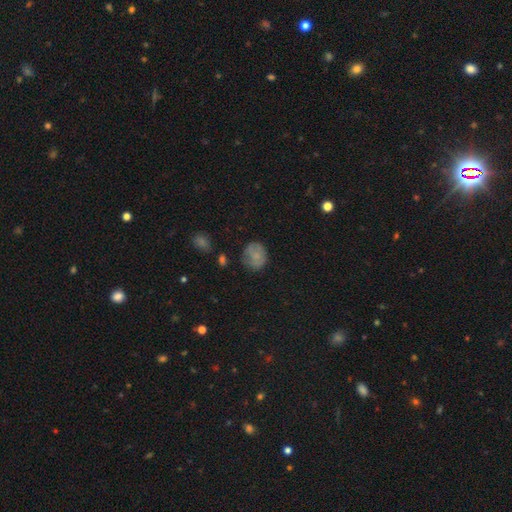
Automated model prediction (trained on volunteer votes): smooth-or-featured: smooth: 70% | featured or disk: 19% | star or artifact: 10%
  how-rounded: round: 73% | in between: 26% | cigar-shaped: 1%
  merging: none: 61% | minor disturbance: 26% | major disturbance: 10% | merger: 3%